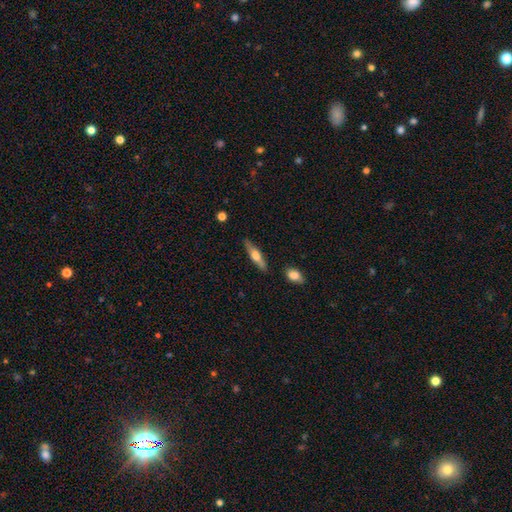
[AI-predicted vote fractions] Smooth or featured? Predicted: featured or disk (p=0.48). Merging? Predicted: none (p=0.83).